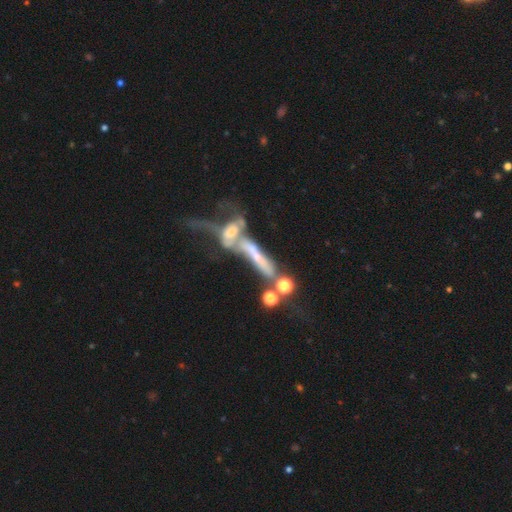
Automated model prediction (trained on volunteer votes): Smooth or featured? featured or disk (64%)
Edge-on disk? no (56%)
Merging? merger (56%)